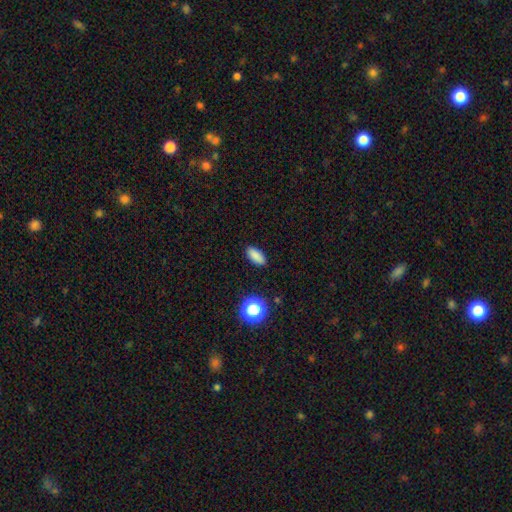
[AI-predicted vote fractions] A smooth galaxy with no disk features (85%) that is in between round and cigar-shaped (84%).

Vote fractions:
- Smooth or featured? smooth: 85% / star or artifact: 11% / featured or disk: 4%
- How rounded? in between: 84% / cigar-shaped: 11% / round: 5%
- Merging? none: 89% / minor disturbance: 8% / major disturbance: 2% / merger: 1%